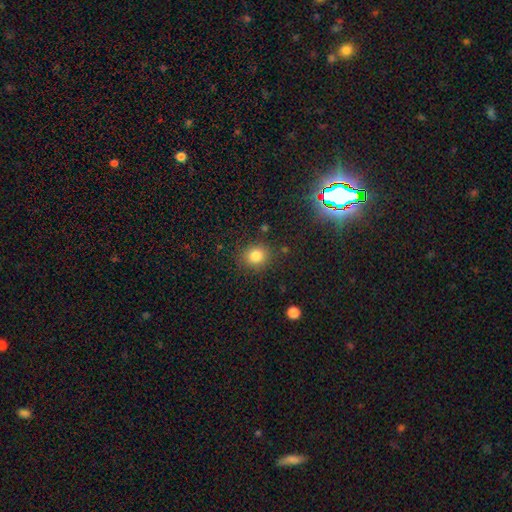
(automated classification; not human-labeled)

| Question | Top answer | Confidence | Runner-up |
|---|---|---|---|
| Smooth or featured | smooth | 82% | star or artifact (12%) |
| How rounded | round | 79% | in between (20%) |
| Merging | none | 86% | minor disturbance (9%) |